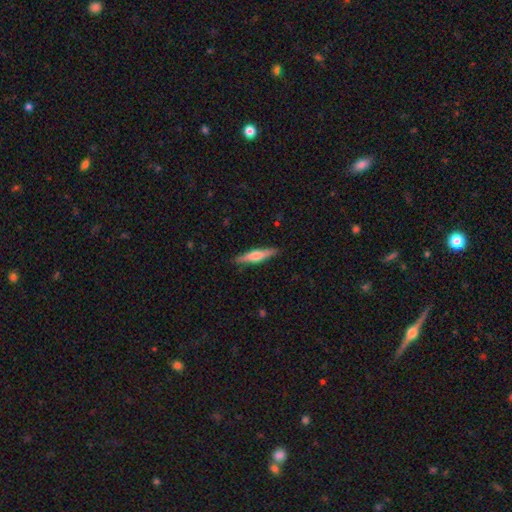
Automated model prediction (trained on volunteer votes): smooth-or-featured: featured or disk: 48% | smooth: 46% | star or artifact: 6%
  merging: none: 89% | minor disturbance: 8% | major disturbance: 2% | merger: 1%